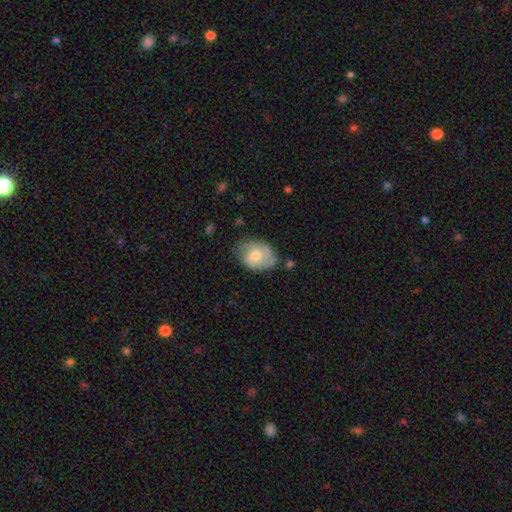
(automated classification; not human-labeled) The model was most divided on "smooth or featured": smooth: 51%, featured or disk: 43%, star or artifact: 7%. More confident: how rounded — in between (70%); merging — none (61%).